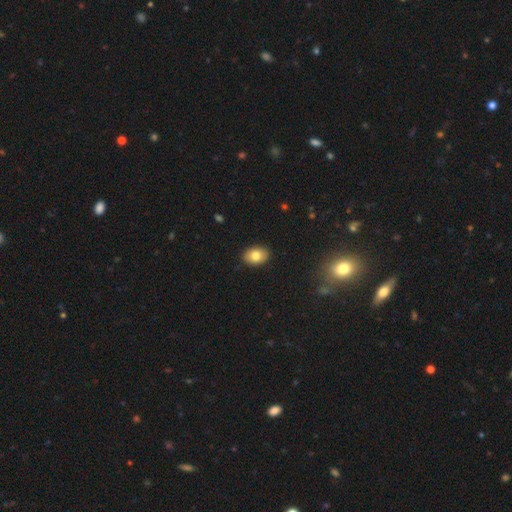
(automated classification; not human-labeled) smooth 80%, featured or disk 11%, star or artifact 8%. Down the decision tree: how rounded — in between (81%); merging — none (89%).